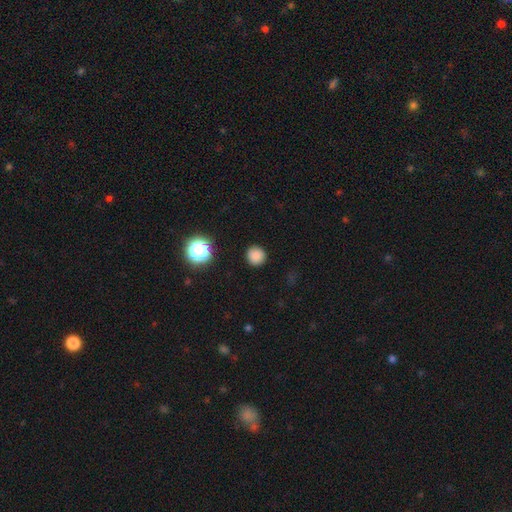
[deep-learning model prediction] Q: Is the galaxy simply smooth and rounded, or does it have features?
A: smooth — 83%.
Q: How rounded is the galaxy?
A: round — 94%.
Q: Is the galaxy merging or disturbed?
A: none — 91%.